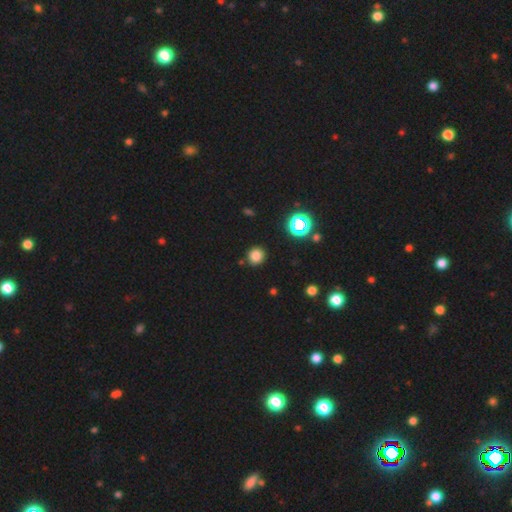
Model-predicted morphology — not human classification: smooth_or_featured: smooth (p=0.78) [alt: star or artifact p=0.17]
how_rounded: round (p=0.92) [alt: in between p=0.07]
merging: none (p=0.88) [alt: minor disturbance p=0.08]